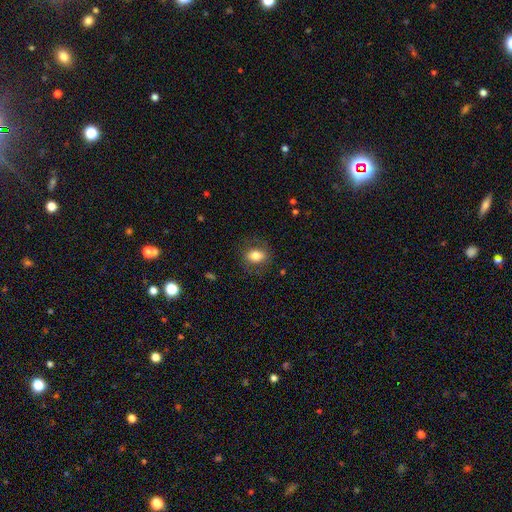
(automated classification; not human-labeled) This is likely a smooth galaxy (73%). How rounded: likely in between (68%). Merging: likely none (76%).